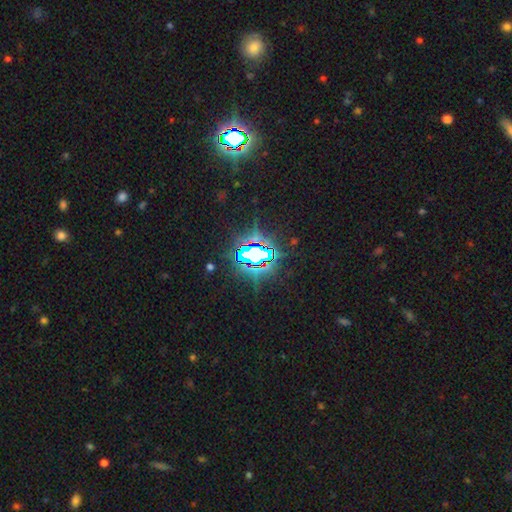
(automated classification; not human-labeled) smooth-or-featured: star or artifact: 79% | smooth: 10% | featured or disk: 10%